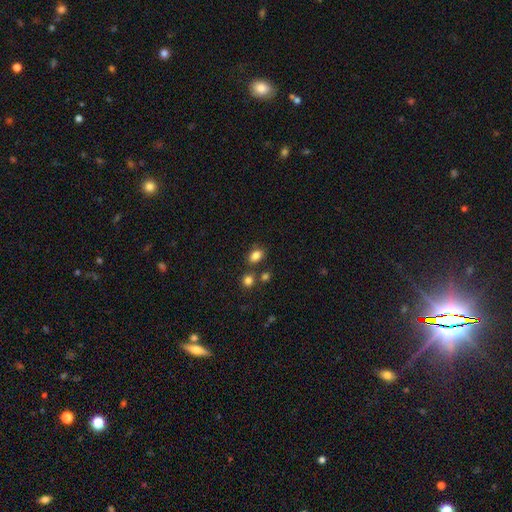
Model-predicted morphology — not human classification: Smooth or featured? Predicted: smooth (p=0.83). How rounded? Predicted: in between (p=0.78). Merging? Predicted: none (p=0.73).